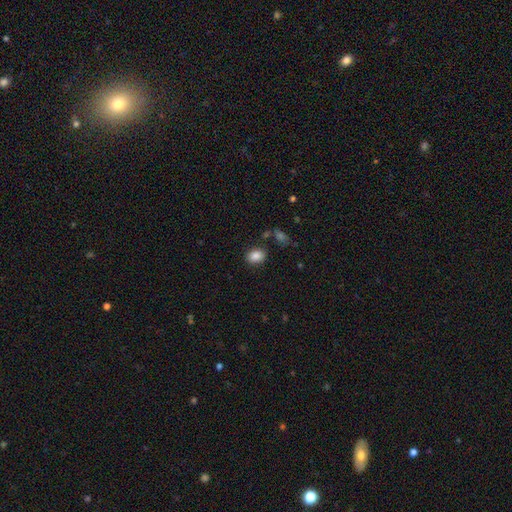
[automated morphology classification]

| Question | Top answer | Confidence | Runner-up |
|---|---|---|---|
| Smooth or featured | smooth | 86% | star or artifact (9%) |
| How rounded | in between | 67% | round (32%) |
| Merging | none | 83% | minor disturbance (10%) |